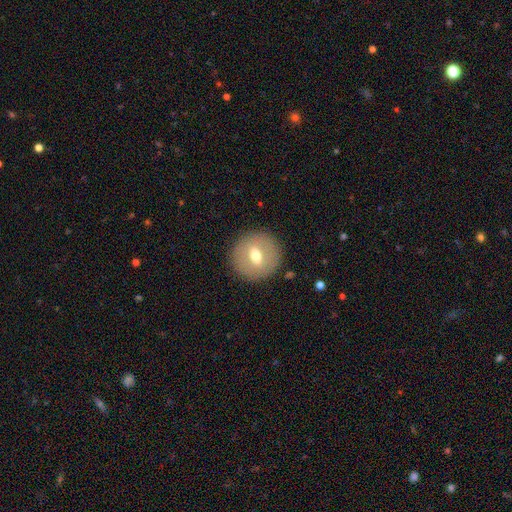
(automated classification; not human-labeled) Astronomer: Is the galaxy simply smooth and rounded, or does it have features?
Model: smooth — 57% (runner-up: featured or disk, 35%).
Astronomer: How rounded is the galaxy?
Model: round — 90%.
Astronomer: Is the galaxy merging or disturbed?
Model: none — 88%.